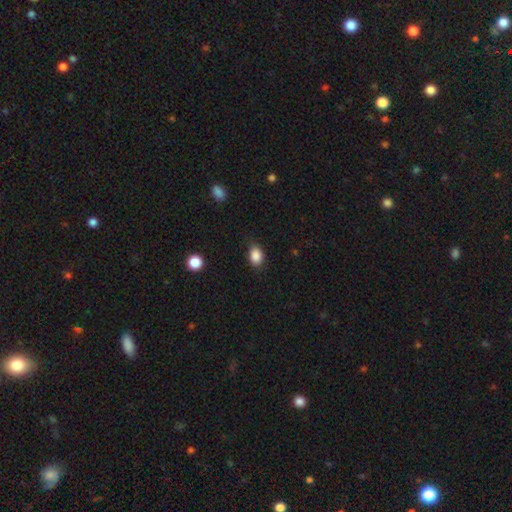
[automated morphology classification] Q: Smooth or featured?
A: smooth (87%); runner-up: star or artifact (9%)
Q: How rounded?
A: in between (70%); runner-up: round (29%)
Q: Merging?
A: none (80%); runner-up: minor disturbance (15%)